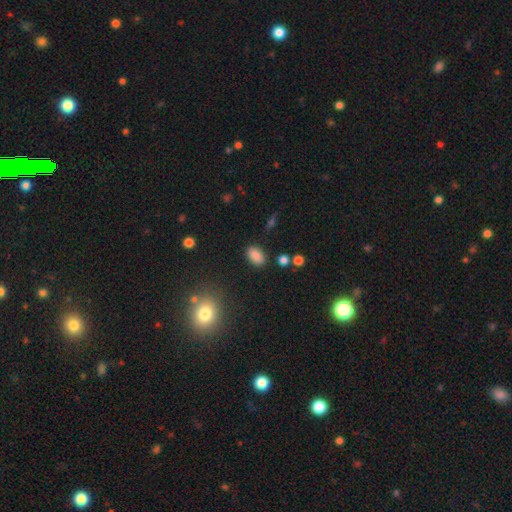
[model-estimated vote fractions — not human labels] Overall: smooth (85%). How rounded: in between (89%). Merging: none (85%).